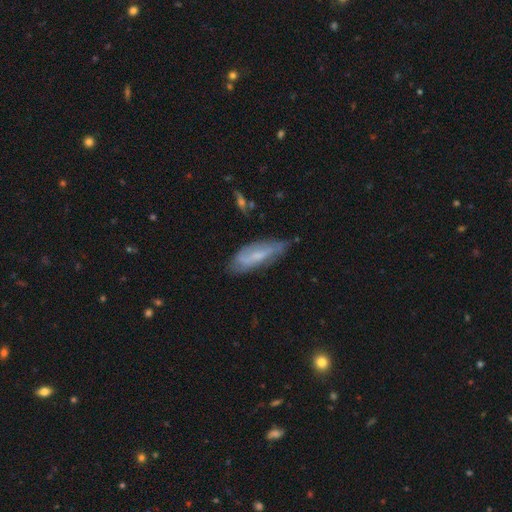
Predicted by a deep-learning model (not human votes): A featured or disk galaxy (53%).

Vote fractions:
- Smooth or featured? featured or disk: 53% / smooth: 39% / star or artifact: 7%
- Edge-on disk? no: 73% / yes: 27%
- Merging? none: 62% / minor disturbance: 28% / major disturbance: 8% / merger: 3%